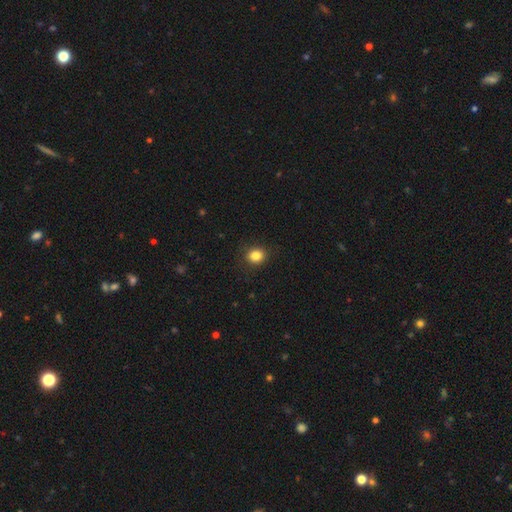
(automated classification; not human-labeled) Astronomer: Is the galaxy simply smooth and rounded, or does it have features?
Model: smooth — 84%.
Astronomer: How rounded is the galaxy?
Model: round — 71%.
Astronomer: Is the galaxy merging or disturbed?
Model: none — 89%.